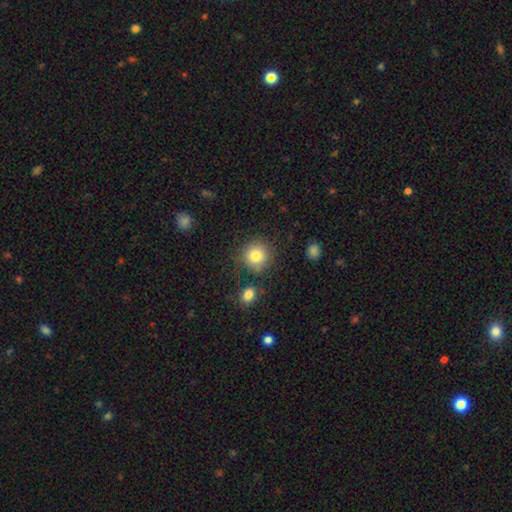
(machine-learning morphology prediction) Smooth or featured? Predicted: smooth (p=0.82). How rounded? Predicted: round (p=0.91). Merging? Predicted: none (p=0.81).